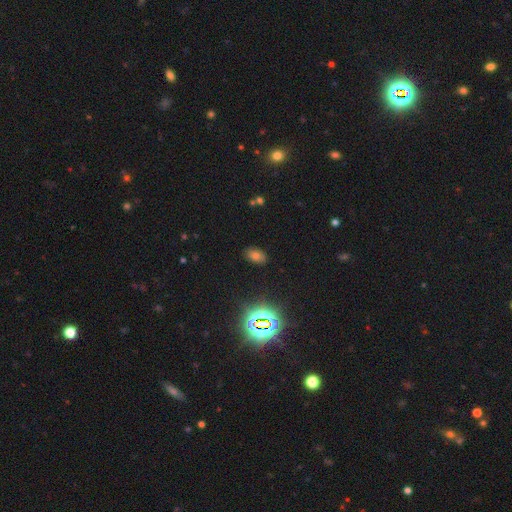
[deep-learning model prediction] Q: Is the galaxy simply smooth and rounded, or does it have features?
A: smooth — 53%.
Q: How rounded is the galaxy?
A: in between — 85%.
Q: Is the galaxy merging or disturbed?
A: none — 86%.